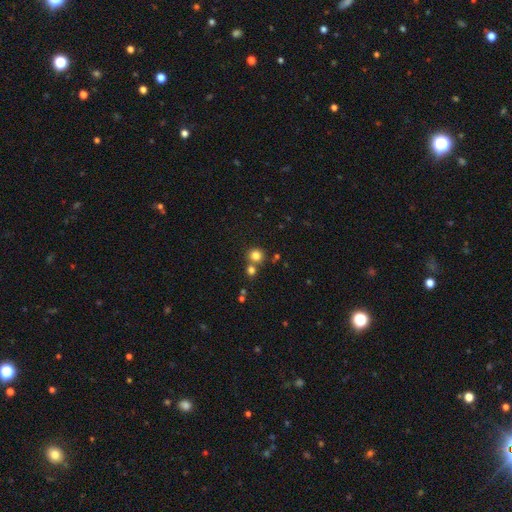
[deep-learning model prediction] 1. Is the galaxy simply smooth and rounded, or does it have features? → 81% smooth, 13% star or artifact, 6% featured or disk.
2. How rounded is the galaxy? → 90% round, 9% in between, 1% cigar-shaped.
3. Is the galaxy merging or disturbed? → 65% none, 25% merger, 7% minor disturbance, 3% major disturbance.